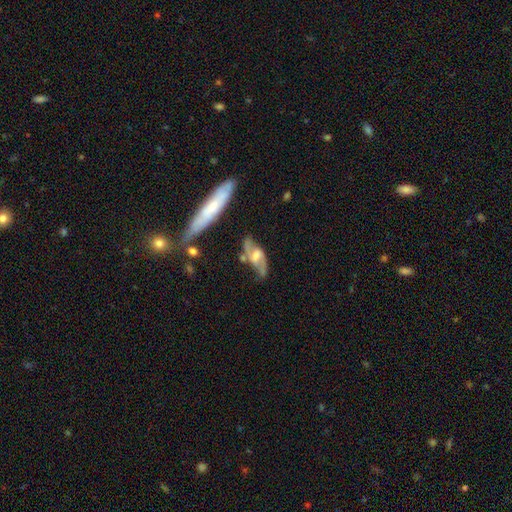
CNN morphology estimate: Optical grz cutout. It shows a featured or disk galaxy (73%) with a weak bar (48%), 2 (87%) loose (50%) spiral arms (87%) and a moderate central bulge (46%). Merging: none (61%).